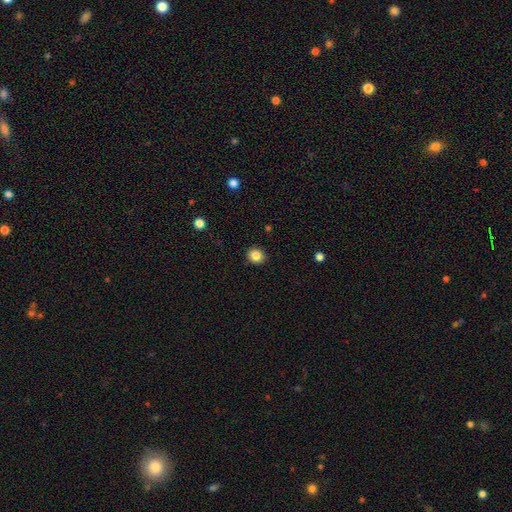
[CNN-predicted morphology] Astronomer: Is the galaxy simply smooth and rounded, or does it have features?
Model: smooth — 85%.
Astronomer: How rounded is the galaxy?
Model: round — 76%.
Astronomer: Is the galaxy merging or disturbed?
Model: none — 90%.